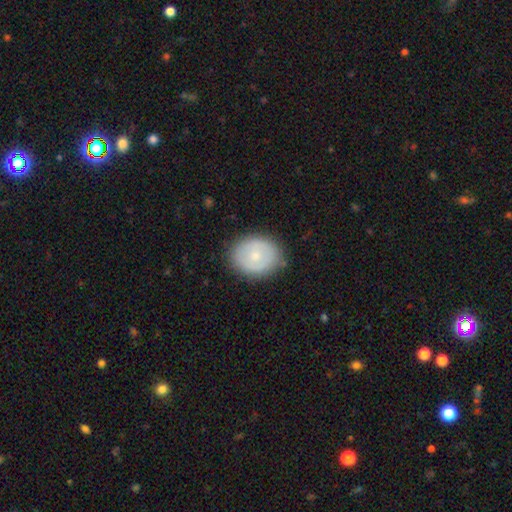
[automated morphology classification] A smooth galaxy with no disk features (59%) that is round (56%).

Vote fractions:
- Smooth or featured? smooth: 59% / featured or disk: 35% / star or artifact: 6%
- How rounded? round: 56% / in between: 43% / cigar-shaped: 1%
- Merging? none: 83% / minor disturbance: 12% / major disturbance: 3% / merger: 1%